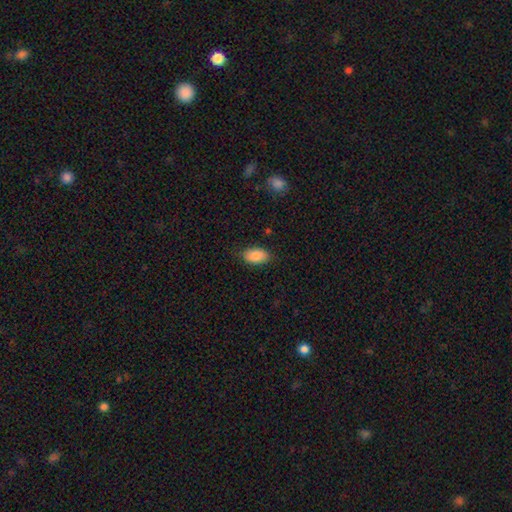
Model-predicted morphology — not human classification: A smooth galaxy with no disk features (87%) that is in between round and cigar-shaped (93%).

Vote fractions:
- Smooth or featured? smooth: 87% / star or artifact: 7% / featured or disk: 6%
- How rounded? in between: 93% / round: 5% / cigar-shaped: 2%
- Merging? none: 83% / minor disturbance: 13% / major disturbance: 3% / merger: 1%